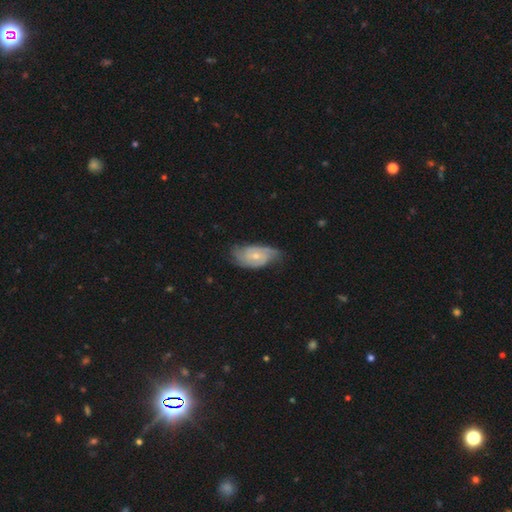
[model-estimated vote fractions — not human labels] Q: Smooth or featured?
A: featured or disk (76%); runner-up: smooth (18%)
Q: Edge-on disk?
A: no (95%); runner-up: yes (5%)
Q: Bar?
A: no (64%); runner-up: weak (31%)
Q: Spiral arms?
A: yes (93%); runner-up: no (7%)
Q: Spiral winding?
A: tight (50%); runner-up: medium (38%)
Q: Spiral arm count?
A: 2 (48%); runner-up: can't tell (22%)
Q: Bulge size?
A: small (53%); runner-up: moderate (43%)
Q: Merging?
A: none (65%); runner-up: minor disturbance (26%)